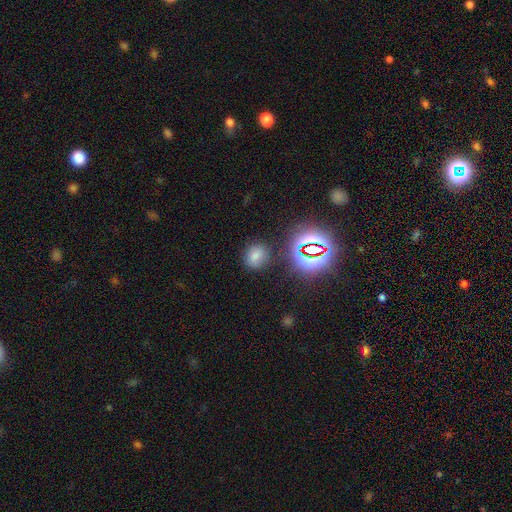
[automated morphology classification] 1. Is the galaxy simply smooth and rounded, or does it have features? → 62% smooth, 29% star or artifact, 9% featured or disk.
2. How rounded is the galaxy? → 67% round, 32% in between, 1% cigar-shaped.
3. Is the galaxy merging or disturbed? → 82% none, 11% minor disturbance, 4% merger, 4% major disturbance.